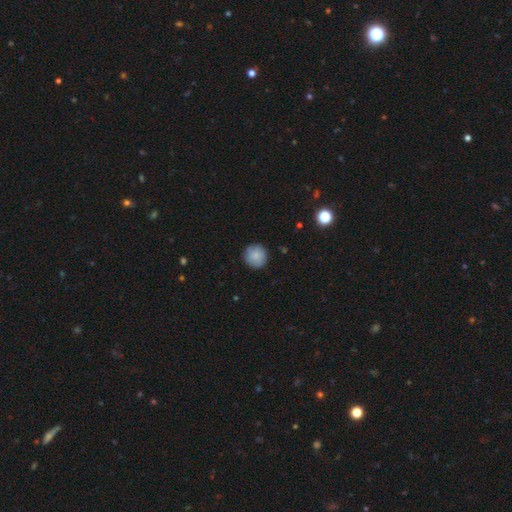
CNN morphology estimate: smooth-or-featured: smooth: 81% | featured or disk: 11% | star or artifact: 8%
  how-rounded: round: 93% | in between: 6% | cigar-shaped: 1%
  merging: none: 86% | minor disturbance: 11% | major disturbance: 2% | merger: 1%